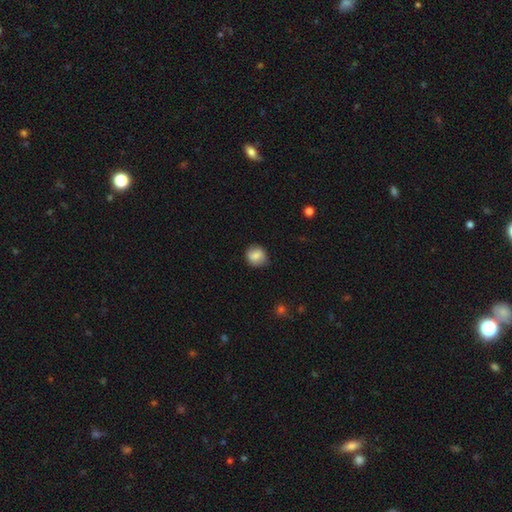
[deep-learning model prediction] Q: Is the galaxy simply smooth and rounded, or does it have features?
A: smooth — 82%.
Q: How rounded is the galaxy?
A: round — 82%.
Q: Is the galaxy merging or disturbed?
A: none — 81%.